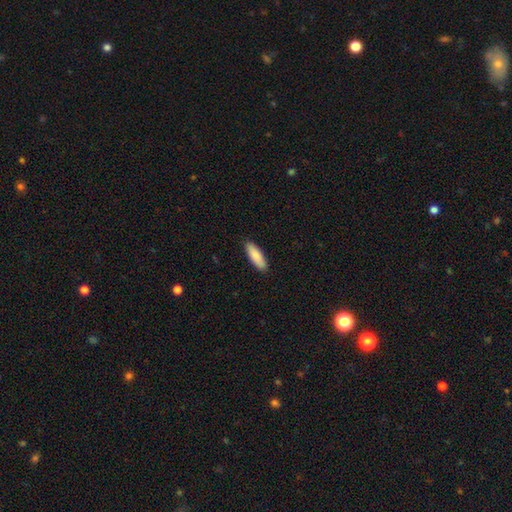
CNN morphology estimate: smooth 87%, featured or disk 7%, star or artifact 5%. Down the decision tree: how rounded — in between (54%); merging — none (89%).